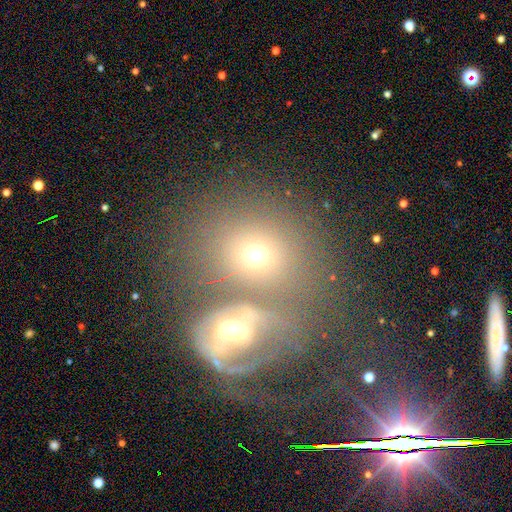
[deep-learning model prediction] Smooth or featured?
  - smooth: 53% *
  - featured or disk: 32%
  - star or artifact: 15%
How rounded?
  - round: 63% *
  - in between: 36%
  - cigar-shaped: 1%
Merging?
  - merger: 55% *
  - none: 27%
  - major disturbance: 10%
  - minor disturbance: 9%